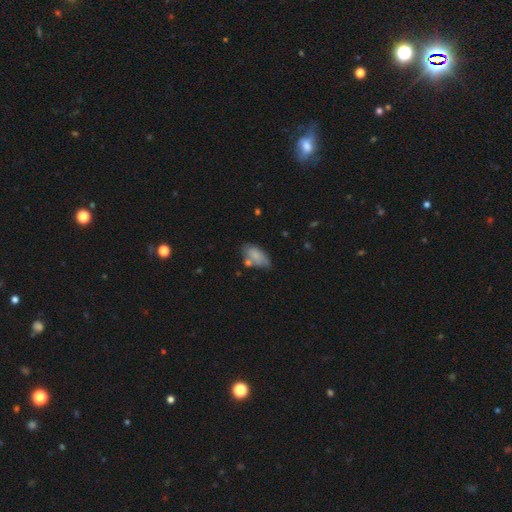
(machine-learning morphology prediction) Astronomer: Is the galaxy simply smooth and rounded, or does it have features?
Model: smooth — 77%.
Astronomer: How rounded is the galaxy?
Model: in between — 90%.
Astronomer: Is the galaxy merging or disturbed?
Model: none — 50% (runner-up: minor disturbance, 28%).